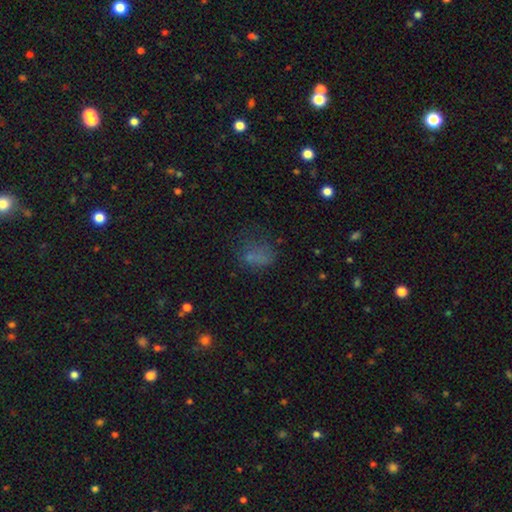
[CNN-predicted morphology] smooth 59%, star or artifact 24%, featured or disk 17%. Down the decision tree: how rounded — in between (62%); merging — none (47%).